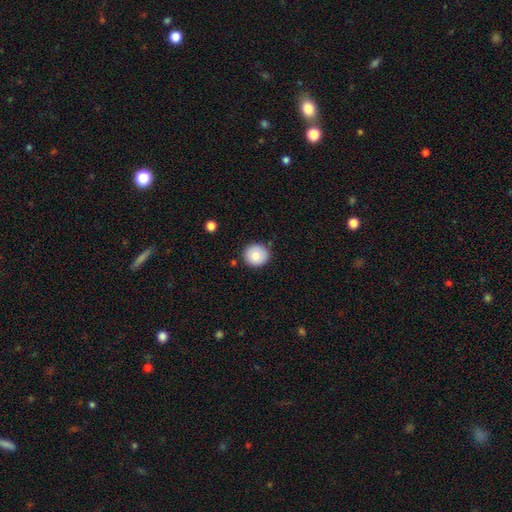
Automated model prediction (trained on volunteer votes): The model was most divided on "smooth or featured": smooth: 80%, featured or disk: 12%, star or artifact: 8%. More confident: how rounded — round (90%); merging — none (87%).